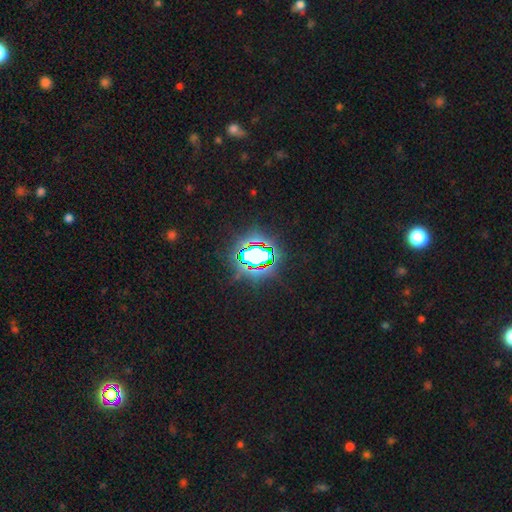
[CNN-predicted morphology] smooth_or_featured: star or artifact (p=0.71) [alt: smooth p=0.18]